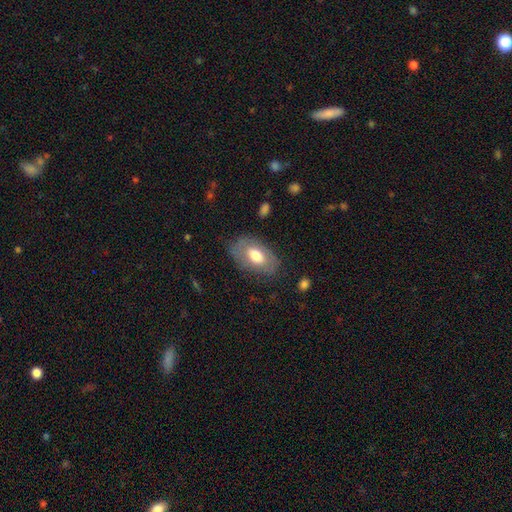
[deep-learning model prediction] A smooth galaxy with no disk features (59%) that is in between round and cigar-shaped (91%). Merging: none (73%).